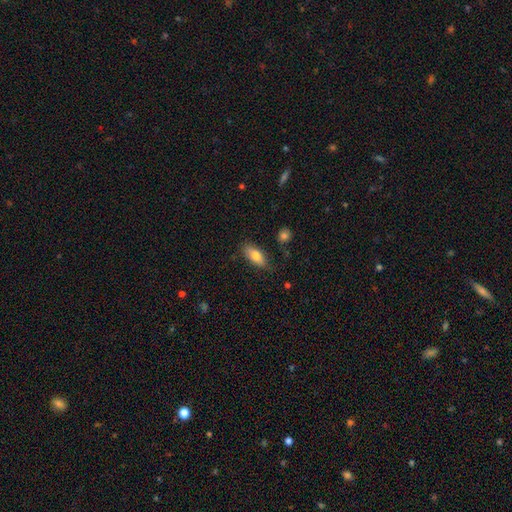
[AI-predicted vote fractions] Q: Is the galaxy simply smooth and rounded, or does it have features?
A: smooth — 79%.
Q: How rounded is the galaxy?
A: in between — 85%.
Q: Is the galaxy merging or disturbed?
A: none — 80%.